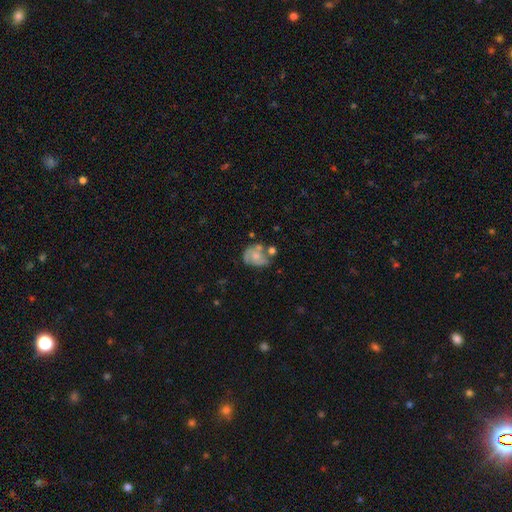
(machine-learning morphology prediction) This appears to be a featured or disk galaxy (50%). Merging: none (37%).